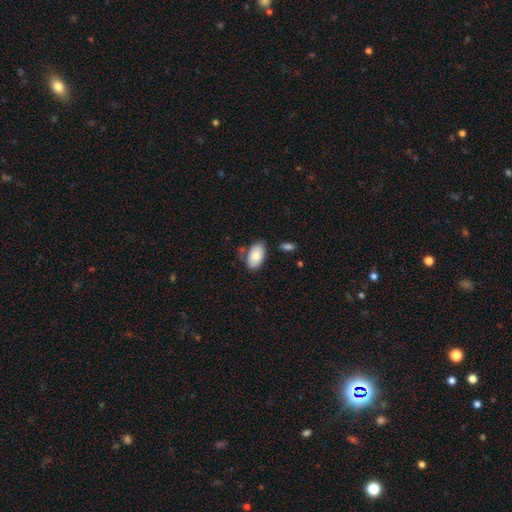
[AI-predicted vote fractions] Smooth or featured?
  - smooth: 80% *
  - featured or disk: 14%
  - star or artifact: 6%
How rounded?
  - in between: 94% *
  - round: 4%
  - cigar-shaped: 1%
Merging?
  - none: 71% *
  - minor disturbance: 18%
  - merger: 6%
  - major disturbance: 4%